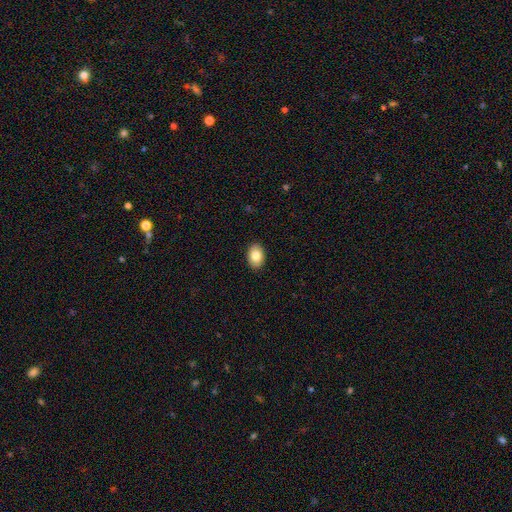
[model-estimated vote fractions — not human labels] This is clearly a smooth galaxy (84%). How rounded: clearly in between (85%). Merging: clearly none (91%).